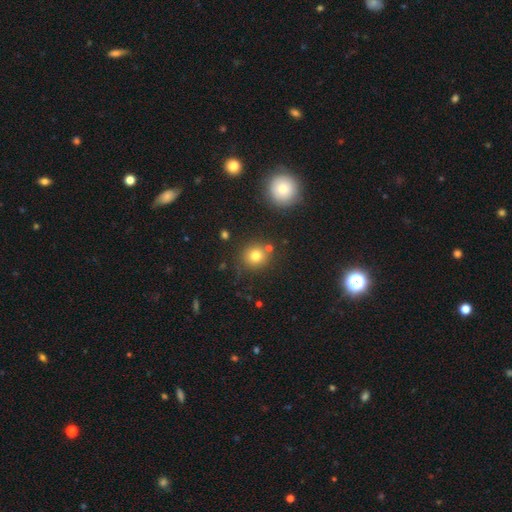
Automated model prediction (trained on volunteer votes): Smooth or featured? Predicted: smooth (p=0.78). How rounded? Predicted: round (p=0.89). Merging? Predicted: none (p=0.80).